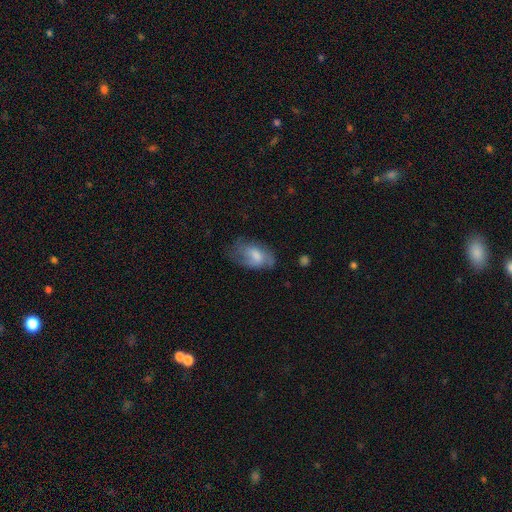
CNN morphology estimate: smooth 55%, featured or disk 38%, star or artifact 7%. Down the decision tree: how rounded — in between (90%); merging — none (45%).